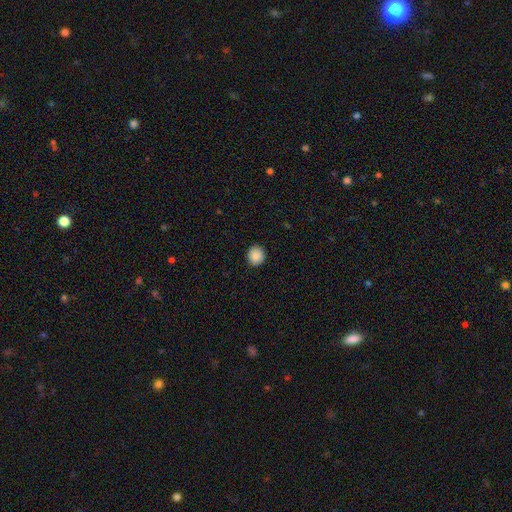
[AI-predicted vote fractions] Q: Smooth or featured?
A: smooth (89%); runner-up: star or artifact (8%)
Q: How rounded?
A: round (87%); runner-up: in between (12%)
Q: Merging?
A: none (91%); runner-up: minor disturbance (6%)